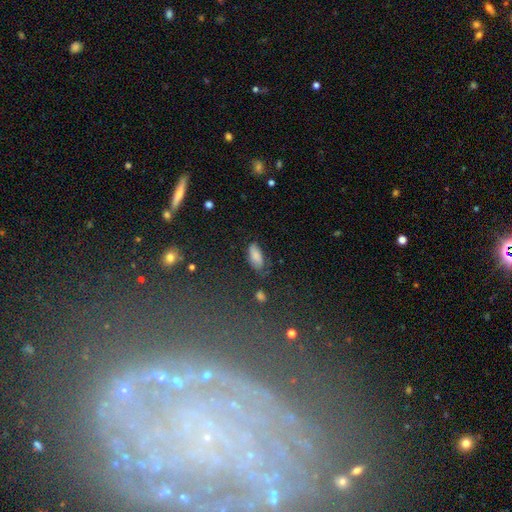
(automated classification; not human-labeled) Morphology: type=smooth (79%); roundness=in between (86%); merging=none (70%).